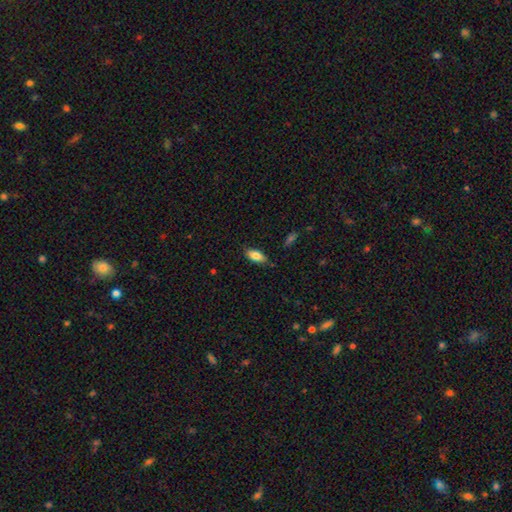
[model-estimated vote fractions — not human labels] A smooth galaxy with no disk features (82%) that is in between round and cigar-shaped (87%).

Vote fractions:
- Smooth or featured? smooth: 82% / featured or disk: 11% / star or artifact: 7%
- How rounded? in between: 87% / cigar-shaped: 11% / round: 3%
- Merging? none: 80% / minor disturbance: 16% / major disturbance: 3% / merger: 2%